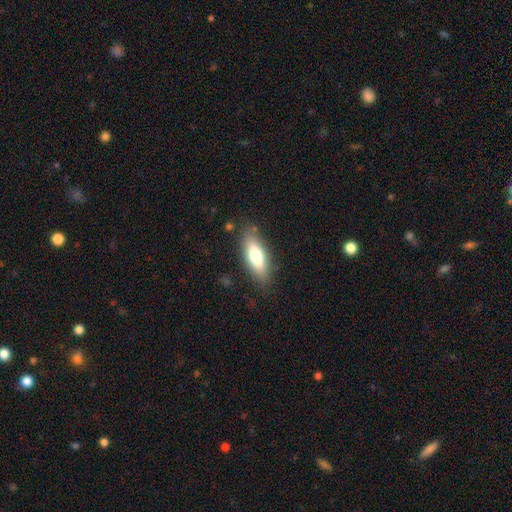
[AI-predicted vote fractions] smooth_or_featured: smooth (p=0.69) [alt: featured or disk p=0.24]
how_rounded: in between (p=0.63) [alt: cigar-shaped p=0.34]
merging: none (p=0.83) [alt: minor disturbance p=0.12]